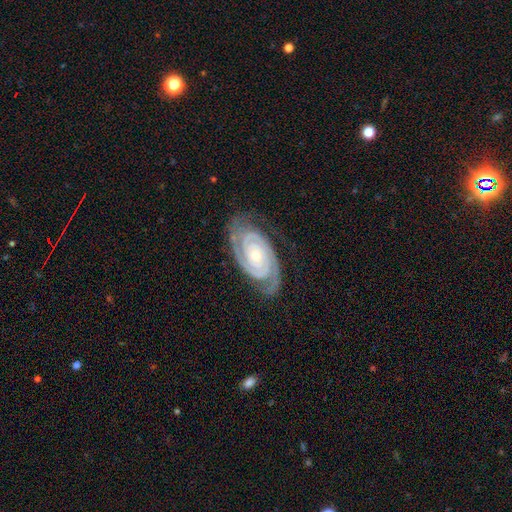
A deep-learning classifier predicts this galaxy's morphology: Smooth or featured?
  - featured or disk: 93% *
  - star or artifact: 4%
  - smooth: 3%
Edge-on disk?
  - no: 97% *
  - yes: 3%
Bar?
  - no: 71% *
  - weak: 18%
  - strong: 11%
Spiral arms?
  - yes: 99% *
  - no: 1%
Spiral winding?
  - tight: 81% *
  - medium: 17%
  - loose: 2%
Spiral arm count?
  - 2: 80% *
  - 3: 10%
  - can't tell: 4%
  - 4: 2%
  - 1: 2%
  - more than 4: 2%
Bulge size?
  - small: 65% *
  - moderate: 32%
  - large: 1%
  - none: 1%
  - dominant: 1%
Merging?
  - none: 81% *
  - minor disturbance: 14%
  - major disturbance: 4%
  - merger: 1%